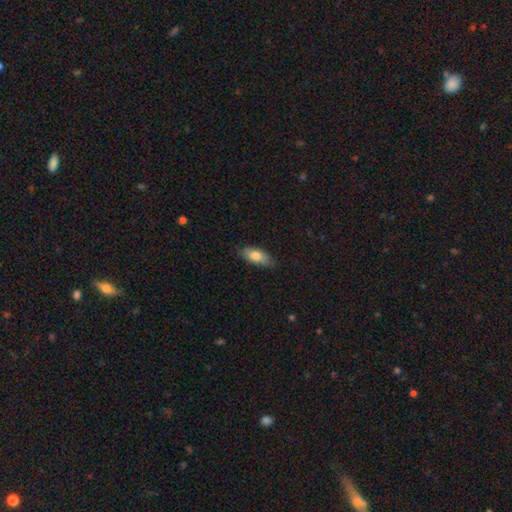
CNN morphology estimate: Smooth or featured?
  - smooth: 78% *
  - featured or disk: 16%
  - star or artifact: 6%
How rounded?
  - in between: 84% *
  - cigar-shaped: 14%
  - round: 3%
Merging?
  - none: 80% *
  - minor disturbance: 16%
  - major disturbance: 2%
  - merger: 1%